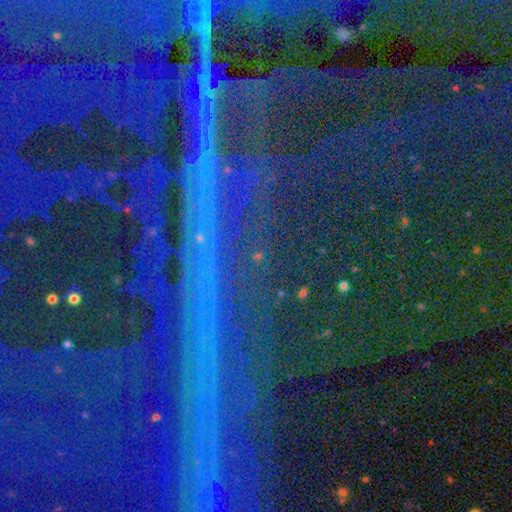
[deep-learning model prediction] star or artifact 89%, featured or disk 6%, smooth 5%.